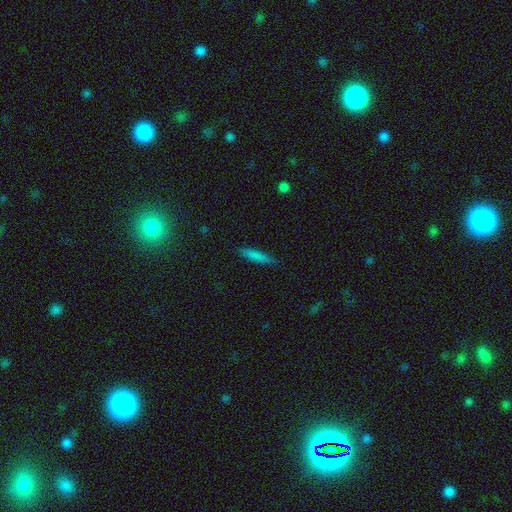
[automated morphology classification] smooth-or-featured: smooth: 80% | featured or disk: 12% | star or artifact: 8%
  how-rounded: cigar-shaped: 83% | in between: 16% | round: 2%
  merging: none: 85% | minor disturbance: 11% | major disturbance: 2% | merger: 1%